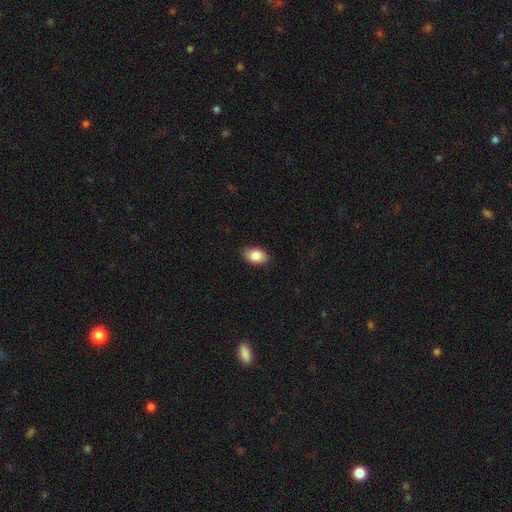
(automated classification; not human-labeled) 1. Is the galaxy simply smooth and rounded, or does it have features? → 86% smooth, 7% featured or disk, 7% star or artifact.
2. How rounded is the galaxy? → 89% in between, 10% round, 1% cigar-shaped.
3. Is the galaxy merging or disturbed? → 86% none, 11% minor disturbance, 2% major disturbance, 1% merger.